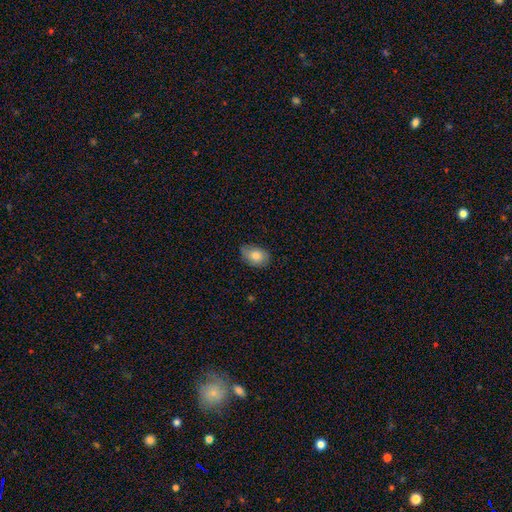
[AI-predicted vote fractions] Smooth or featured?
  - smooth: 80% *
  - featured or disk: 13%
  - star or artifact: 7%
How rounded?
  - in between: 82% *
  - round: 17%
  - cigar-shaped: 1%
Merging?
  - none: 71% *
  - minor disturbance: 23%
  - major disturbance: 4%
  - merger: 1%